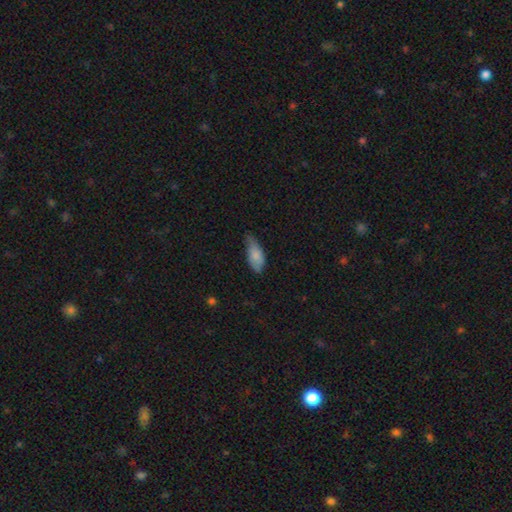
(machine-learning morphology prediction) A smooth galaxy with no disk features (80%) that is in between round and cigar-shaped (85%).

Vote fractions:
- Smooth or featured? smooth: 80% / featured or disk: 13% / star or artifact: 6%
- How rounded? in between: 85% / cigar-shaped: 12% / round: 2%
- Merging? none: 46% / minor disturbance: 44% / major disturbance: 8% / merger: 2%